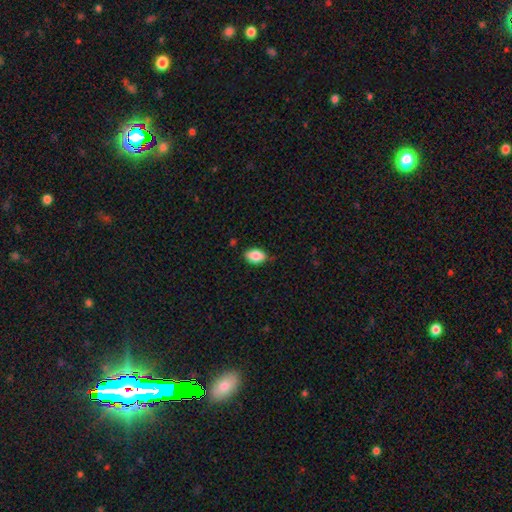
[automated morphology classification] smooth 87%, star or artifact 7%, featured or disk 6%. Down the decision tree: how rounded — in between (89%); merging — none (75%).